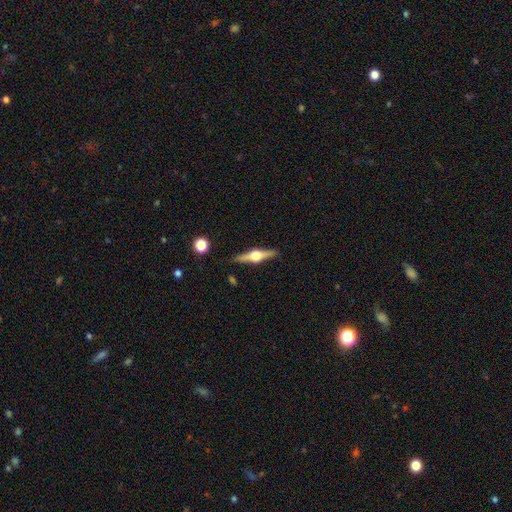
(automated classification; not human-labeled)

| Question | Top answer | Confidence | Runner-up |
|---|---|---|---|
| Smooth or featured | featured or disk | 80% | smooth (15%) |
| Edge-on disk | yes | 98% | no (2%) |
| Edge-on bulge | rounded | 95% | boxy (3%) |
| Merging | none | 89% | minor disturbance (8%) |